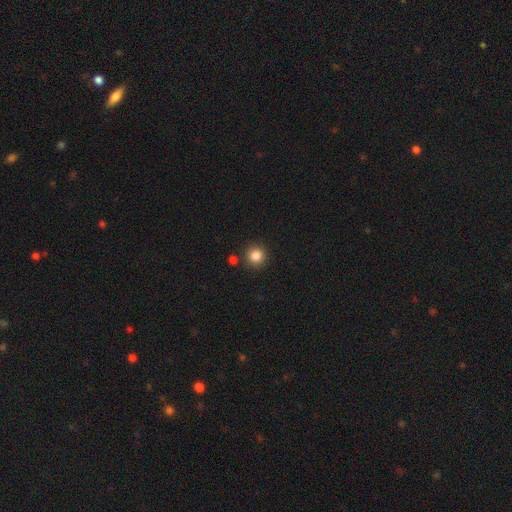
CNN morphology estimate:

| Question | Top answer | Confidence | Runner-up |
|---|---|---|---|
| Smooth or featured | smooth | 85% | star or artifact (11%) |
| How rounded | round | 94% | in between (5%) |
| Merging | none | 87% | minor disturbance (7%) |